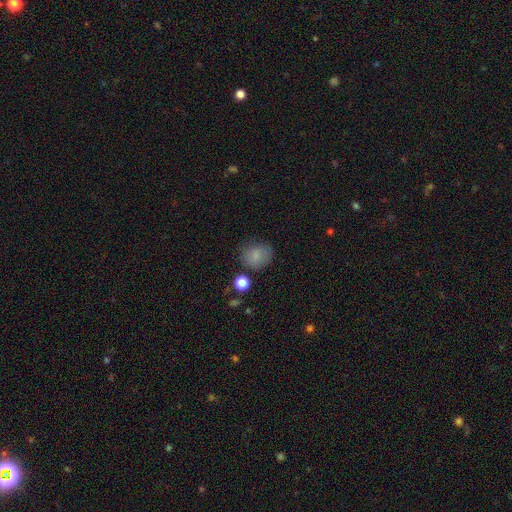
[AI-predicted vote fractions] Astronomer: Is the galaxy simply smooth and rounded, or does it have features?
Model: smooth — 83%.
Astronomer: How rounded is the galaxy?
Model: round — 63%.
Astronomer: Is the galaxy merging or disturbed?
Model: none — 72%.